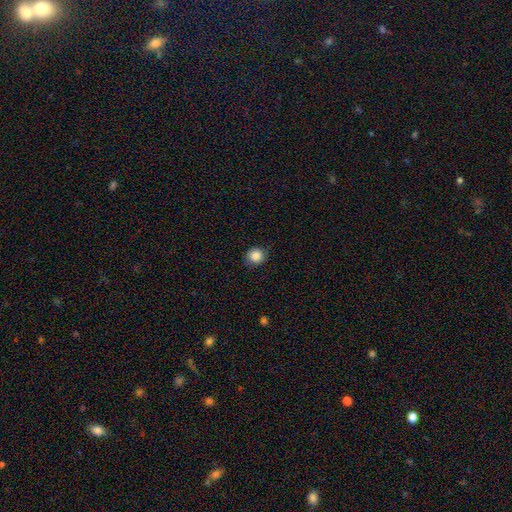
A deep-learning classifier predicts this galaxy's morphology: type=smooth (86%); roundness=round (87%); merging=none (86%).